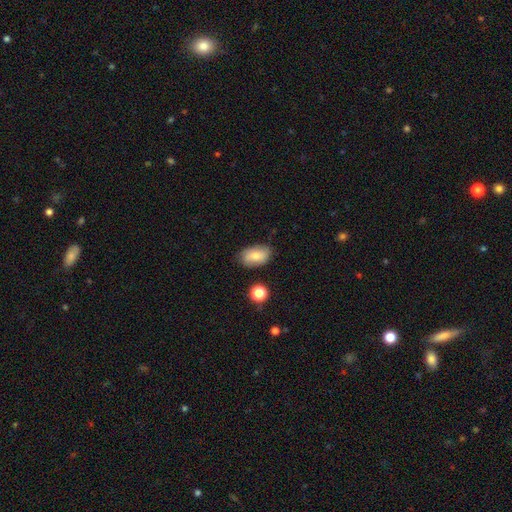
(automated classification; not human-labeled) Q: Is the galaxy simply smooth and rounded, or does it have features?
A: smooth — 78%.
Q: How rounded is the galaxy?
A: in between — 90%.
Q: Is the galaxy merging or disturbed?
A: none — 79%.